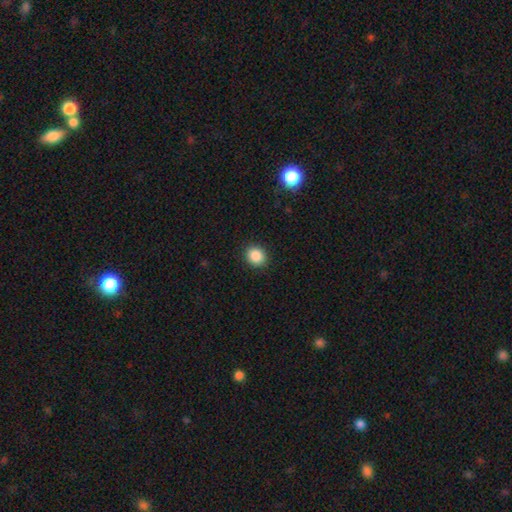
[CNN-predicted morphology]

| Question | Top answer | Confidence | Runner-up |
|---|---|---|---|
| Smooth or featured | smooth | 87% | star or artifact (9%) |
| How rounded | round | 76% | in between (23%) |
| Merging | none | 91% | minor disturbance (6%) |